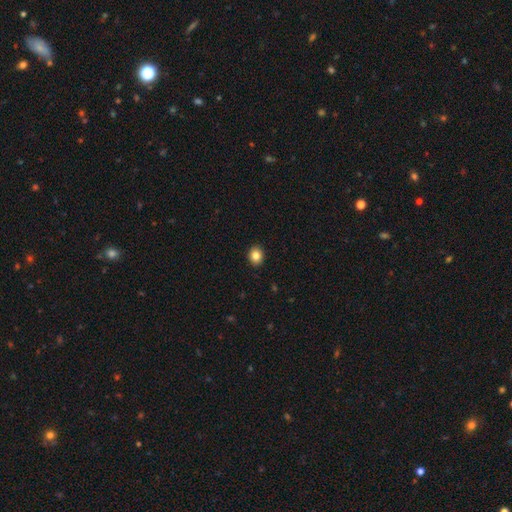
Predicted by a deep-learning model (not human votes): smooth-or-featured: smooth: 84% | star or artifact: 10% | featured or disk: 6%
  how-rounded: round: 58% | in between: 41% | cigar-shaped: 1%
  merging: none: 91% | minor disturbance: 6% | major disturbance: 2% | merger: 1%